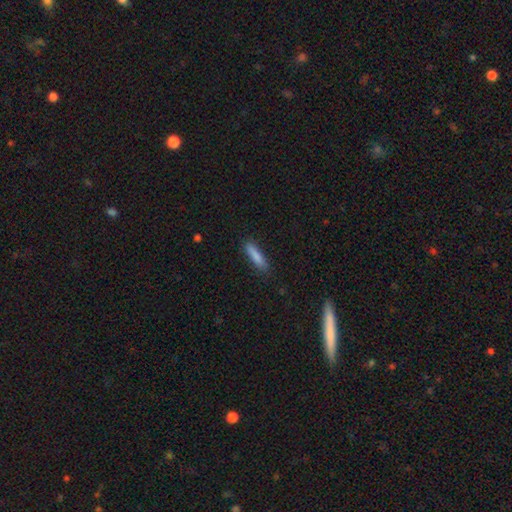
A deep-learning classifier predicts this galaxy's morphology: type=smooth (85%); roundness=cigar-shaped (79%); merging=none (83%).